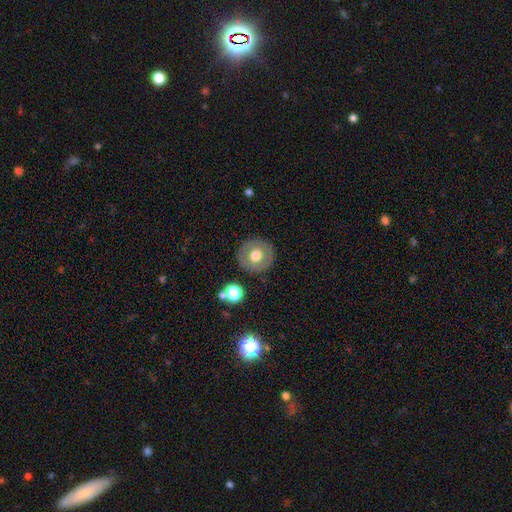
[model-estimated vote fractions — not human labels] smooth_or_featured: smooth (p=0.61) [alt: featured or disk p=0.31]
how_rounded: round (p=0.92) [alt: in between p=0.07]
merging: none (p=0.87) [alt: minor disturbance p=0.08]